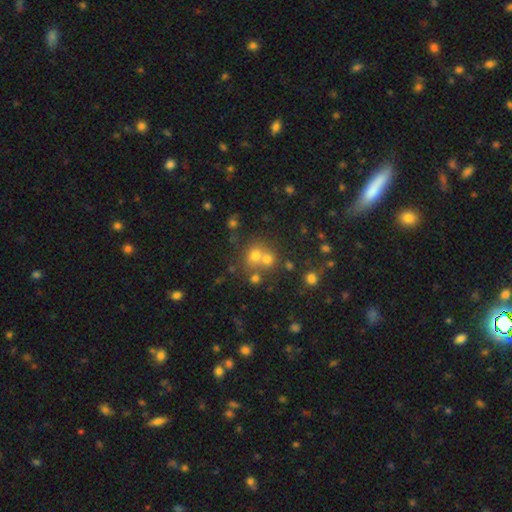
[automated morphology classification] smooth 55%, star or artifact 29%, featured or disk 16%. Down the decision tree: how rounded — round (83%); merging — none (48%).